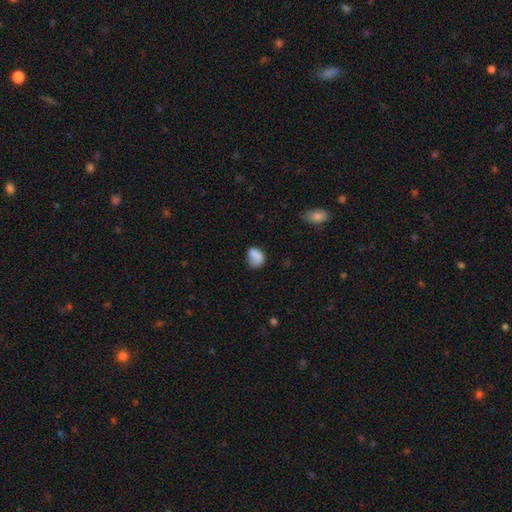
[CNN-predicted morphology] Smooth or featured? smooth (82%)
How rounded? in between (58%)
Merging? none (54%)